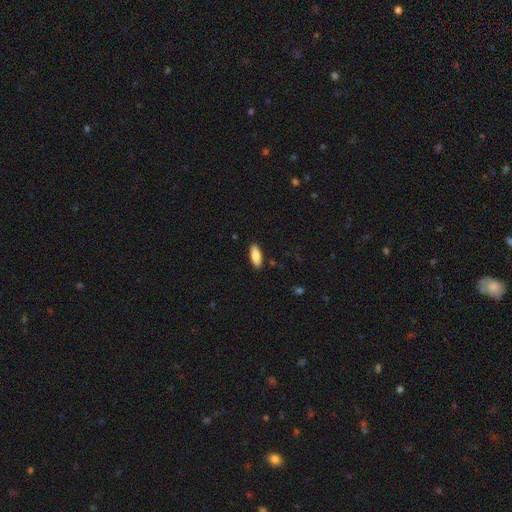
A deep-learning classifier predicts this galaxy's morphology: This appears to be a smooth galaxy with no disk features (86%) that is in between round and cigar-shaped (78%). Merging: none (89%).